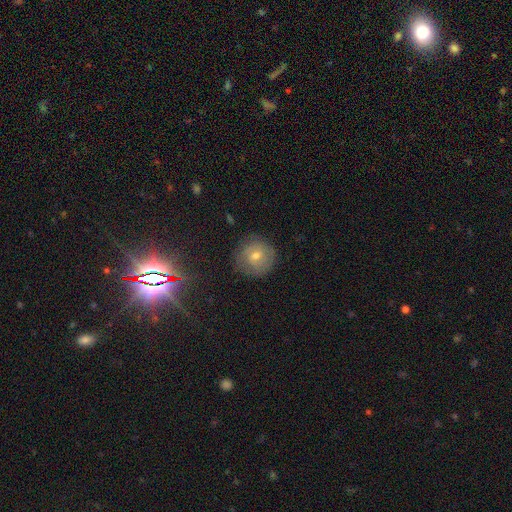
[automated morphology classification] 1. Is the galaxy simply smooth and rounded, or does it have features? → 45% smooth, 34% featured or disk, 21% star or artifact.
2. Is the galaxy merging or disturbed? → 84% none, 11% minor disturbance, 3% major disturbance, 1% merger.